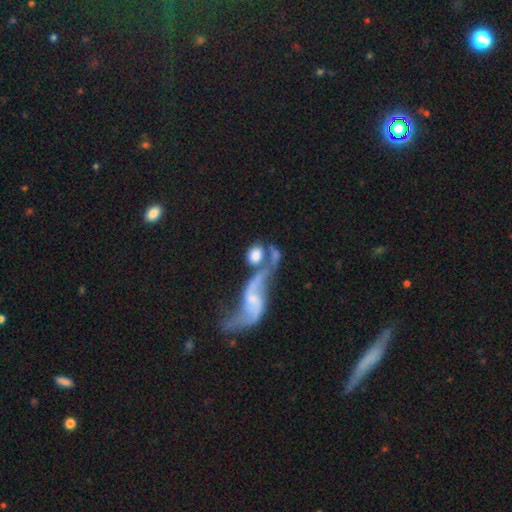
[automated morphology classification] smooth 61%, featured or disk 31%, star or artifact 7%. Down the decision tree: how rounded — round (54%); merging — merger (42%).